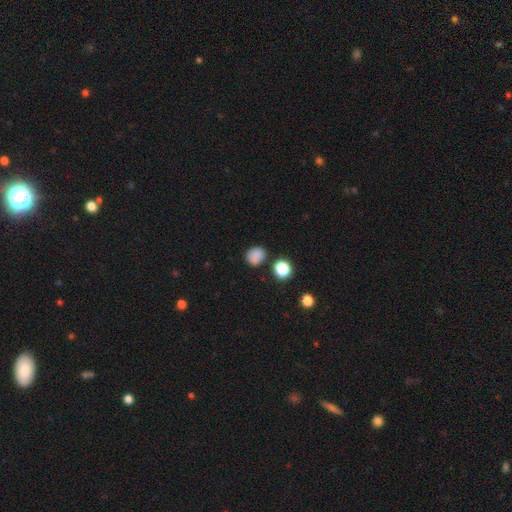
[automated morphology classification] This is clearly a smooth galaxy (82%). How rounded: likely round (73%). Merging: clearly none (80%).